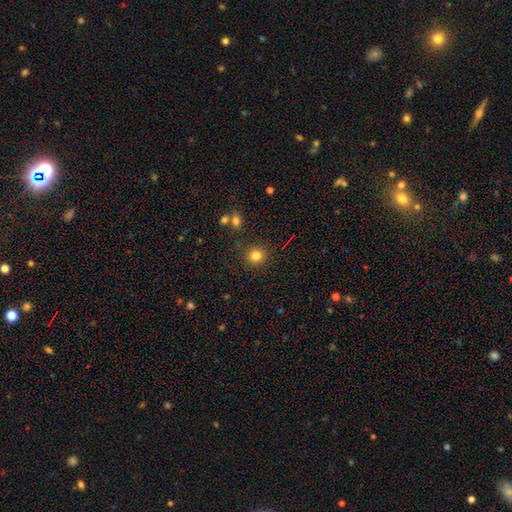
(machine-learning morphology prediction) A smooth galaxy with no disk features (82%) that is round (89%). Merging: none (88%).